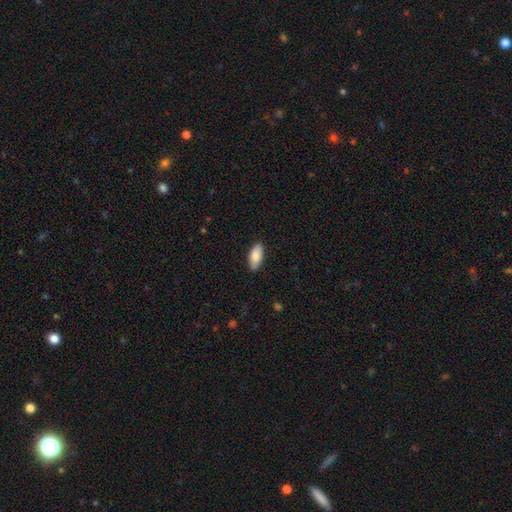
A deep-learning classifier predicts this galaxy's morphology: This appears to be a smooth galaxy with no disk features (88%) that is in between round and cigar-shaped (86%). Merging: none (88%).